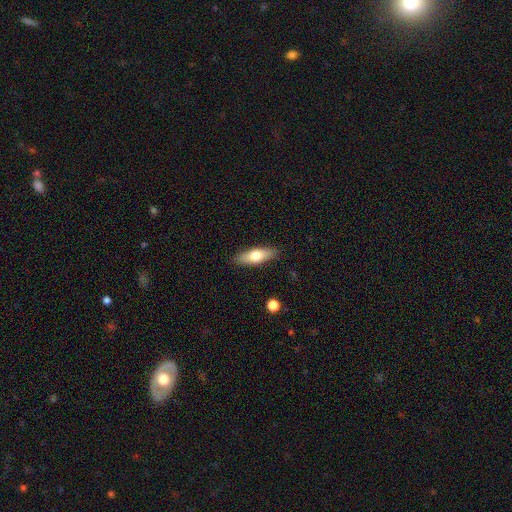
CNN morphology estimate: This is likely a smooth galaxy (65%). How rounded: possibly in between (59%). Merging: clearly none (88%).